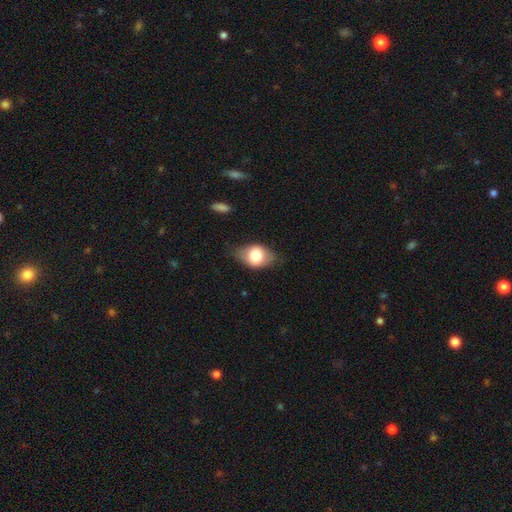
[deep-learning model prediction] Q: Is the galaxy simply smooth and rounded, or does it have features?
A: smooth — 70%.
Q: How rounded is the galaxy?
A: in between — 77%.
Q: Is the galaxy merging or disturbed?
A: none — 69%.